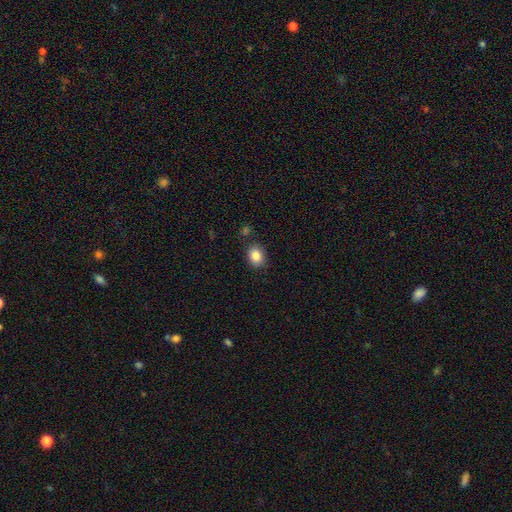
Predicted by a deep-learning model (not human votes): Smooth or featured? smooth (86%)
How rounded? in between (57%)
Merging? none (83%)